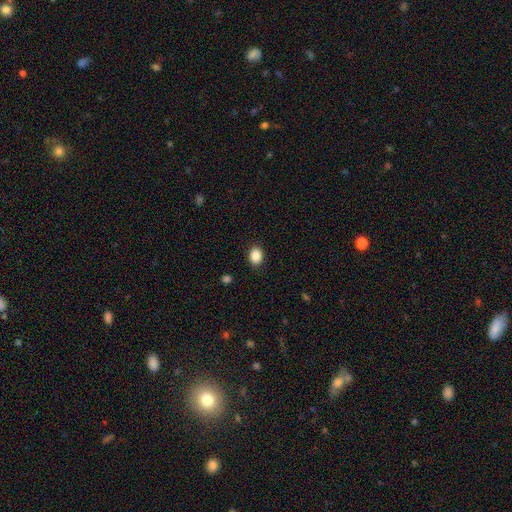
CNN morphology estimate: type=smooth (88%); roundness=in between (64%); merging=none (89%).